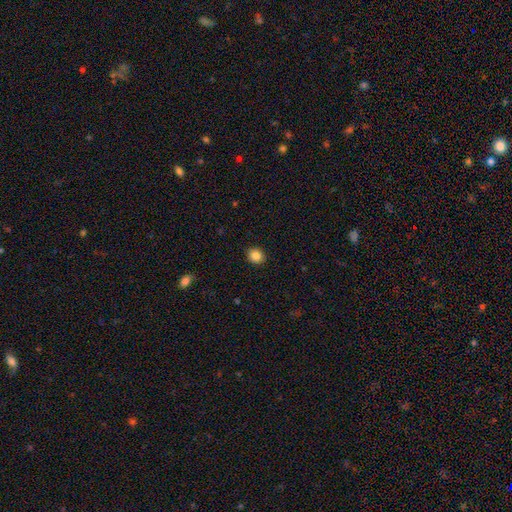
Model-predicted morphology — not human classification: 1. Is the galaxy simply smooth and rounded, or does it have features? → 86% smooth, 10% star or artifact, 4% featured or disk.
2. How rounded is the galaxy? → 77% round, 22% in between, 1% cigar-shaped.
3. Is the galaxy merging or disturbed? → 91% none, 6% minor disturbance, 2% major disturbance, 1% merger.